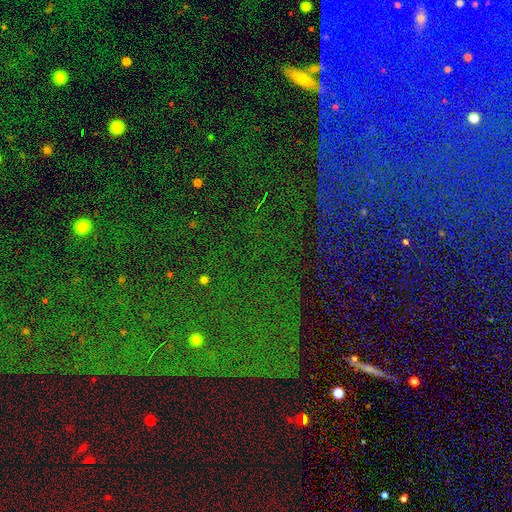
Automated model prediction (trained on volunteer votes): Smooth or featured? star or artifact (81%)